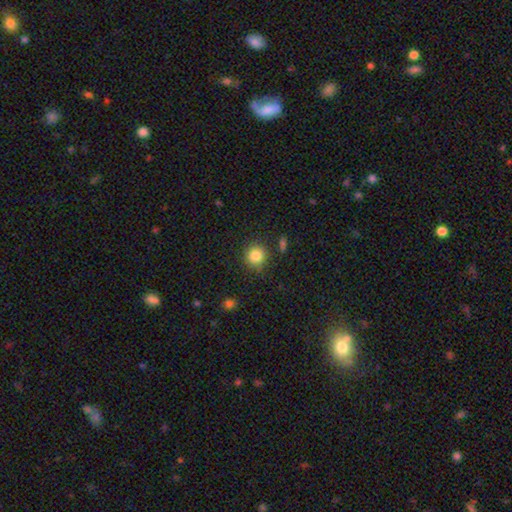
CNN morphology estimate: This is clearly a smooth galaxy (84%). How rounded: clearly round (92%). Merging: clearly none (86%).